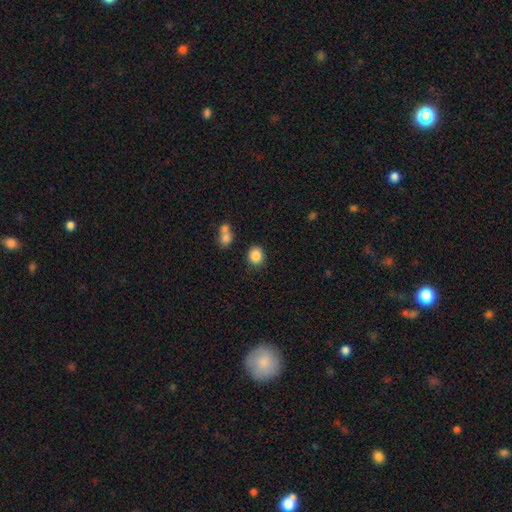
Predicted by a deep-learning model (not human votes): A smooth galaxy with no disk features (86%) that is round (76%).

Vote fractions:
- Smooth or featured? smooth: 86% / star or artifact: 9% / featured or disk: 5%
- How rounded? round: 76% / in between: 23% / cigar-shaped: 1%
- Merging? none: 81% / minor disturbance: 10% / merger: 6% / major disturbance: 3%